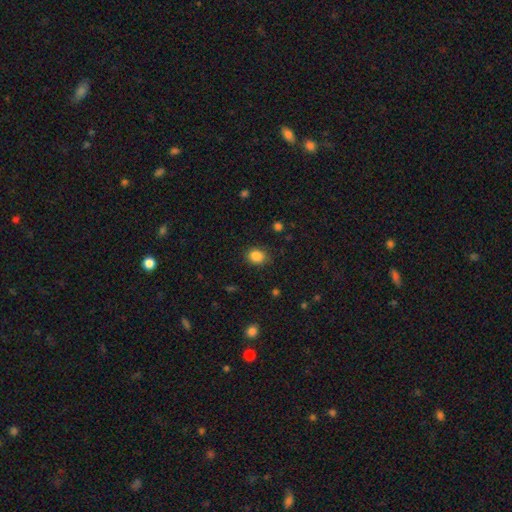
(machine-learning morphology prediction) Smooth or featured? smooth (86%)
How rounded? round (54%)
Merging? none (83%)